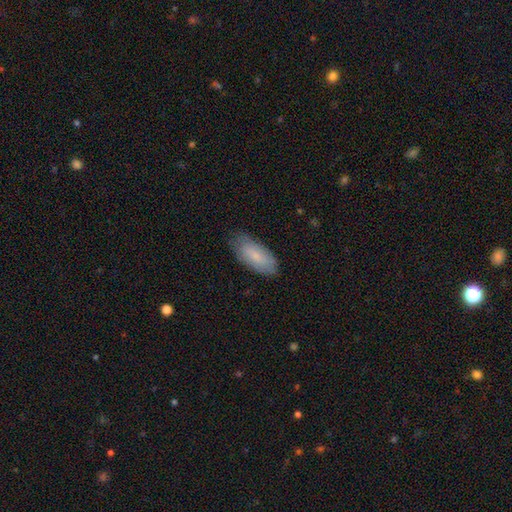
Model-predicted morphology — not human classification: Overall: smooth (76%). How rounded: in between (87%). Merging: none (78%).